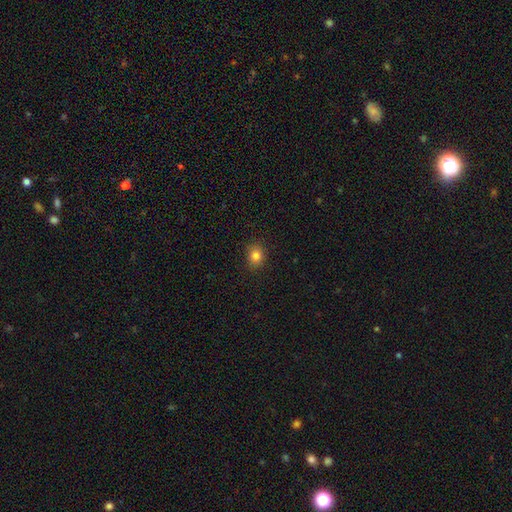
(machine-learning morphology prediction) Smooth or featured?
  - smooth: 82% *
  - star or artifact: 12%
  - featured or disk: 6%
How rounded?
  - round: 62% *
  - in between: 37%
  - cigar-shaped: 1%
Merging?
  - none: 88% *
  - minor disturbance: 9%
  - major disturbance: 2%
  - merger: 1%